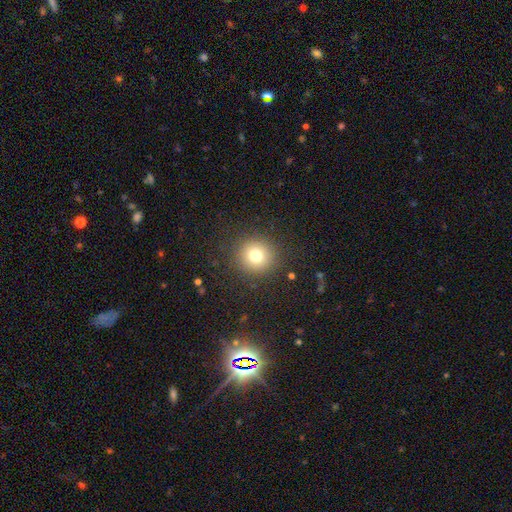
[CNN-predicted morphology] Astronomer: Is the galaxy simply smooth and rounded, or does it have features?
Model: smooth — 76%.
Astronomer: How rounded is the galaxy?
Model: round — 93%.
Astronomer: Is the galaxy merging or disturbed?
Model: none — 89%.